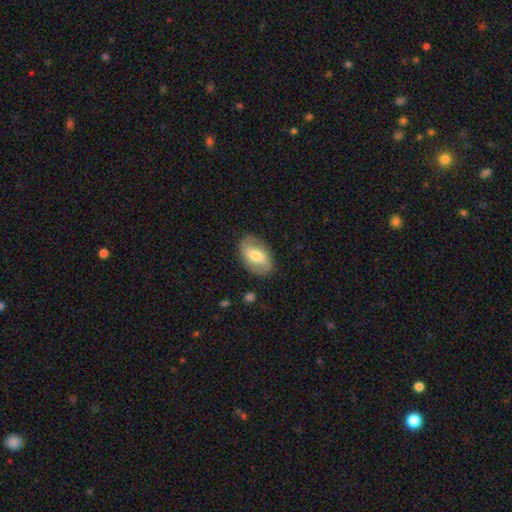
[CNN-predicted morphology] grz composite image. It shows a featured or disk galaxy (55%) with a weak bar (42%), spiral arms (76%) and a moderate central bulge (67%). Merging: none (83%).